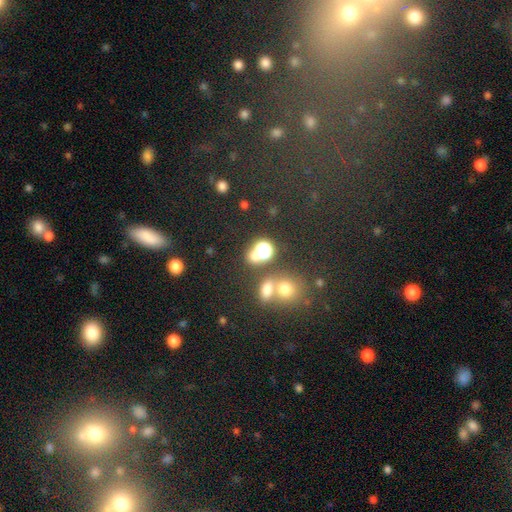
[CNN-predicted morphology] This is possibly a smooth galaxy (56%). How rounded: likely round (66%). Merging: possibly none (54%).